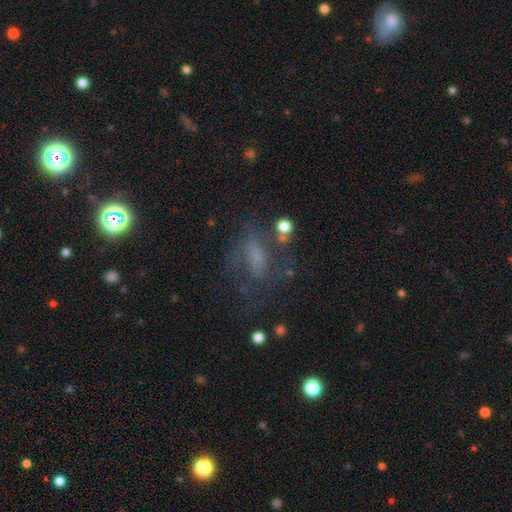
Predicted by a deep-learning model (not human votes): Q: Smooth or featured?
A: featured or disk (41%); runner-up: smooth (37%)
Q: Merging?
A: none (51%); runner-up: major disturbance (24%)